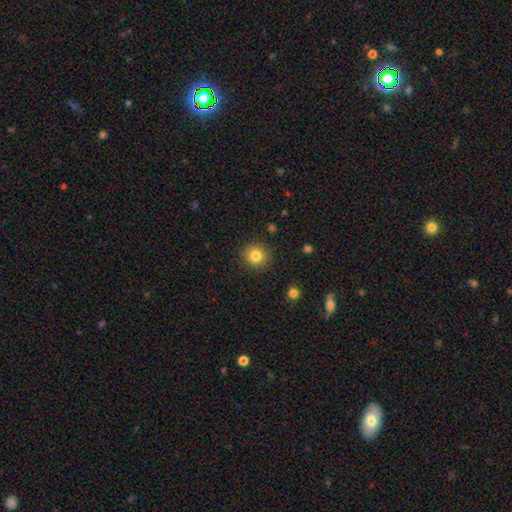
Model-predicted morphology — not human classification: A smooth galaxy with no disk features (82%) that is round (93%). Merging: none (91%).